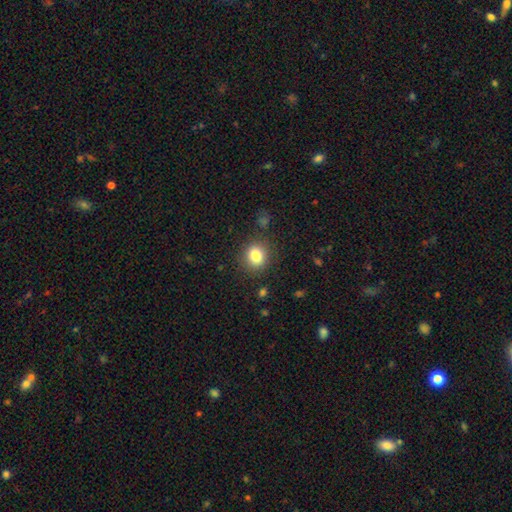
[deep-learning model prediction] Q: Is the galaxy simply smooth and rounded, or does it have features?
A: smooth — 82%.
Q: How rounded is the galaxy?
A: round — 78%.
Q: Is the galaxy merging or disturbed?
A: none — 86%.